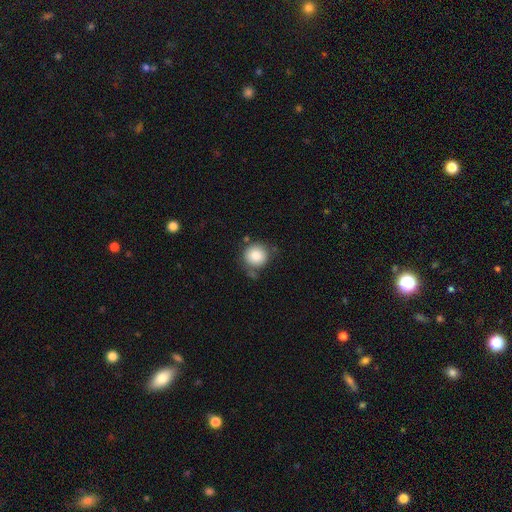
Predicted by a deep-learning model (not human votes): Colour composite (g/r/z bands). It shows a smooth galaxy with no disk features (85%) that is round (92%). Merging: none (70%).